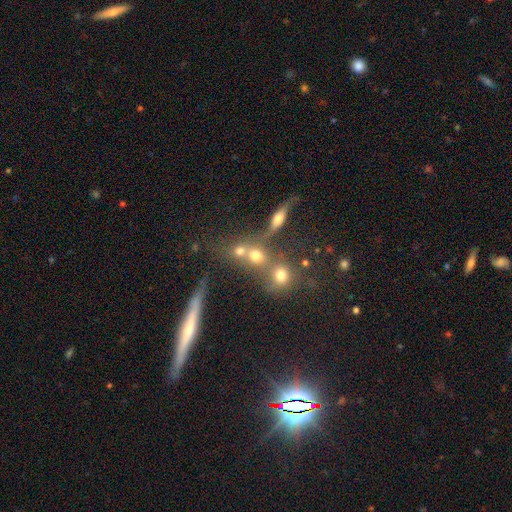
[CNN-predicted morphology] The model was most divided on "merging" (2-way tie): merger: 42%, none: 42%, minor disturbance: 10%, major disturbance: 7%. More confident: how rounded — round (64%); smooth or featured — smooth (59%).